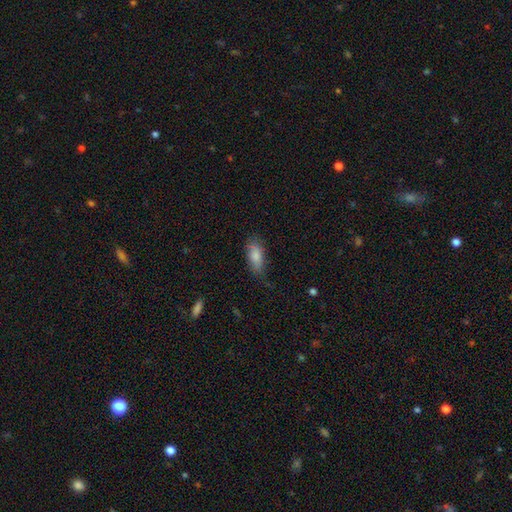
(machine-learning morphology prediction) A smooth galaxy with no disk features (82%) that is in between round and cigar-shaped (83%).

Vote fractions:
- Smooth or featured? smooth: 82% / featured or disk: 11% / star or artifact: 7%
- How rounded? in between: 83% / cigar-shaped: 14% / round: 3%
- Merging? none: 63% / minor disturbance: 28% / major disturbance: 7% / merger: 2%